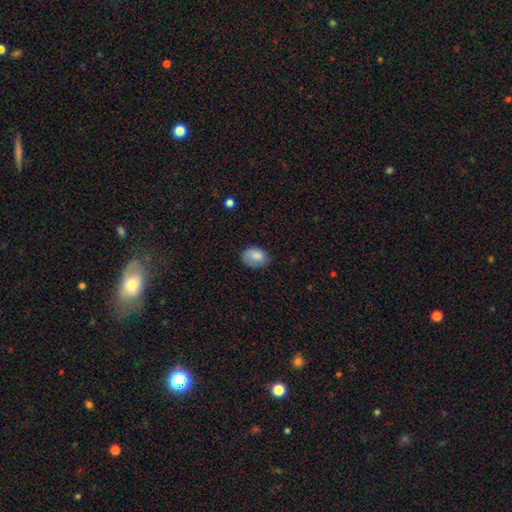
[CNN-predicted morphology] Q: Smooth or featured?
A: smooth (81%); runner-up: featured or disk (12%)
Q: How rounded?
A: in between (77%); runner-up: round (22%)
Q: Merging?
A: none (69%); runner-up: minor disturbance (23%)